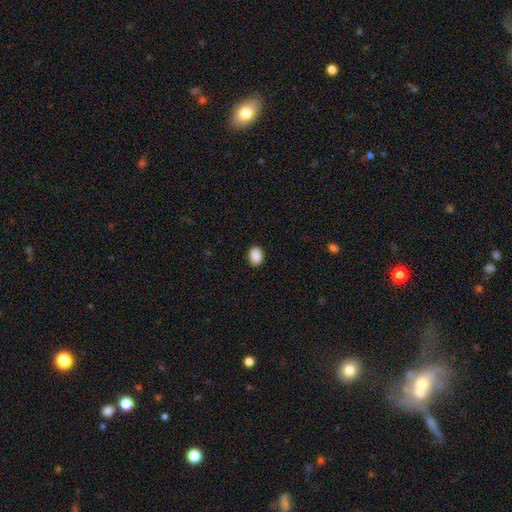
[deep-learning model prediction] Smooth or featured: smooth — 90% (star or artifact — 8%)
How rounded: in between — 71% (round — 29%)
Merging: none — 89% (minor disturbance — 8%)